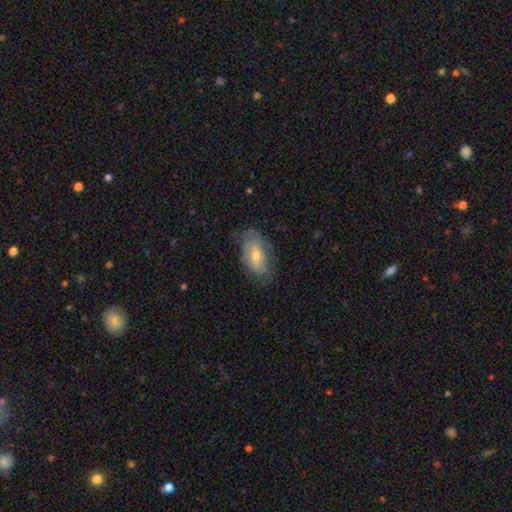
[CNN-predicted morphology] Smooth or featured? smooth (51%)
How rounded? in between (89%)
Merging? none (67%)